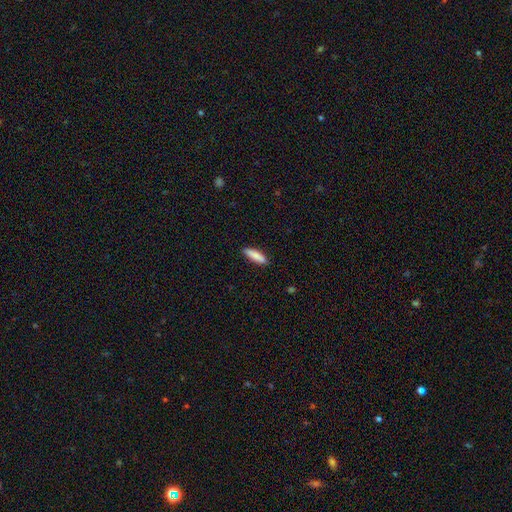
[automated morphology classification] A smooth galaxy with no disk features (85%) that is cigar-shaped (69%). Merging: none (89%).